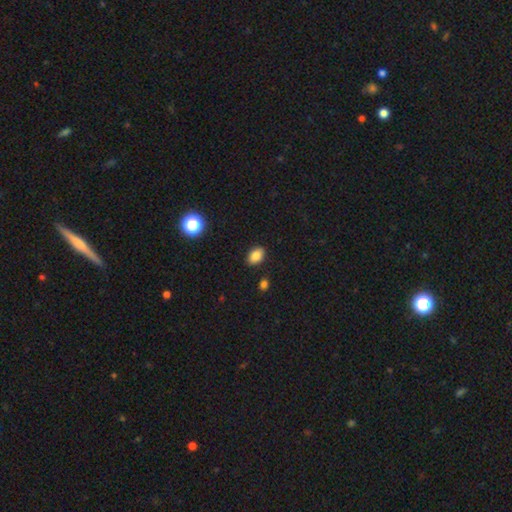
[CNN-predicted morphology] smooth_or_featured: smooth (p=0.84) [alt: star or artifact p=0.11]
how_rounded: in between (p=0.84) [alt: round p=0.15]
merging: none (p=0.87) [alt: minor disturbance p=0.09]